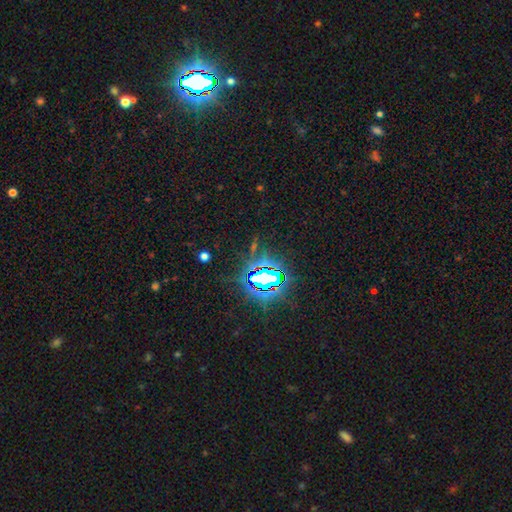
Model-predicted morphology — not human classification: Overall: star or artifact (85%).